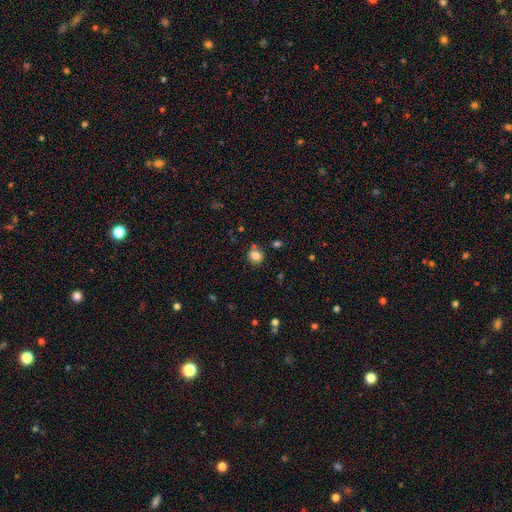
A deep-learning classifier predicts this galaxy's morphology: The model was most divided on "how rounded": round: 75%, in between: 24%, cigar-shaped: 1%. More confident: smooth or featured — smooth (81%); merging — none (76%).